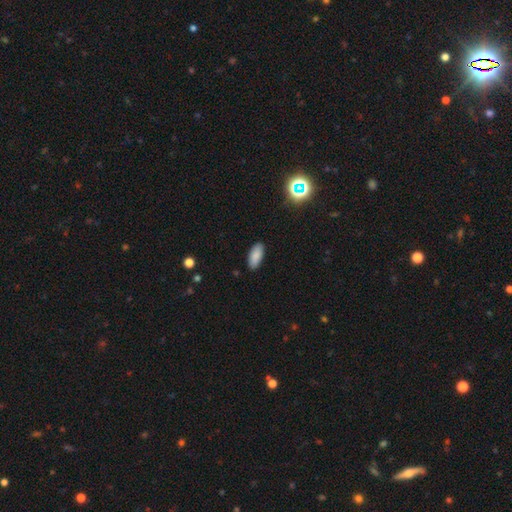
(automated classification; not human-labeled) Overall: smooth (86%). How rounded: in between (87%). Merging: none (89%).